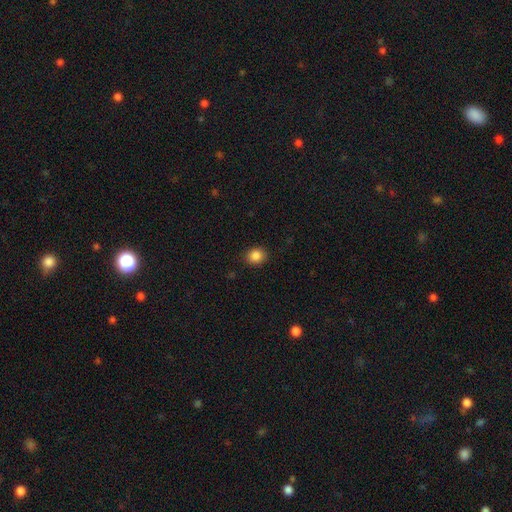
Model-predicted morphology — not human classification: Smooth or featured? smooth (86%)
How rounded? round (70%)
Merging? none (88%)